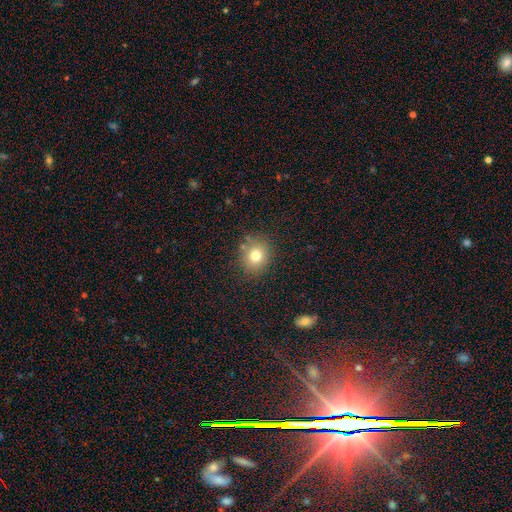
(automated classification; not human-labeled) Smooth or featured? smooth (76%)
How rounded? round (77%)
Merging? none (82%)